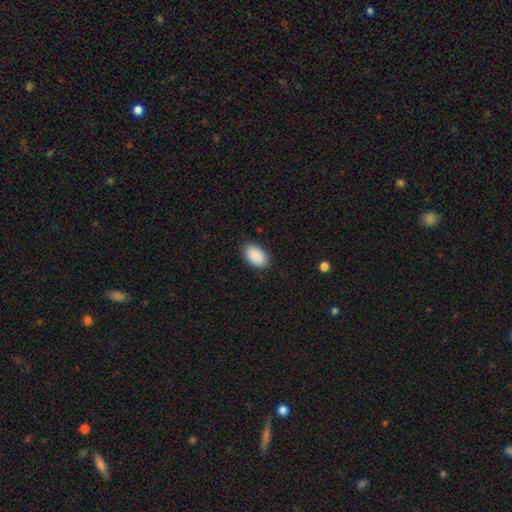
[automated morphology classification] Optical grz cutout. It shows a smooth galaxy with no disk features (91%) that is in between round and cigar-shaped (93%). Merging: none (87%).